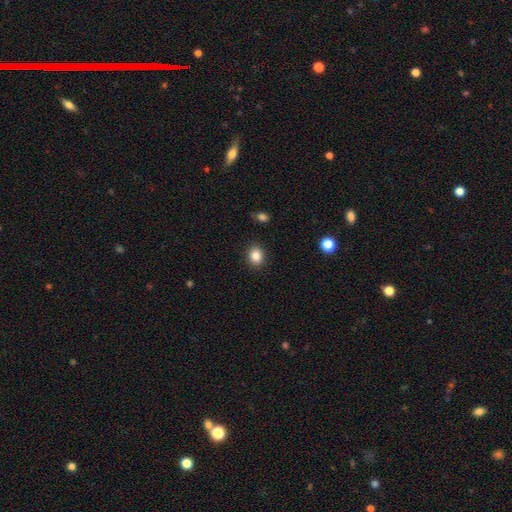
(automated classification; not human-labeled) This is clearly a smooth galaxy (85%). How rounded: likely round (63%). Merging: clearly none (90%).